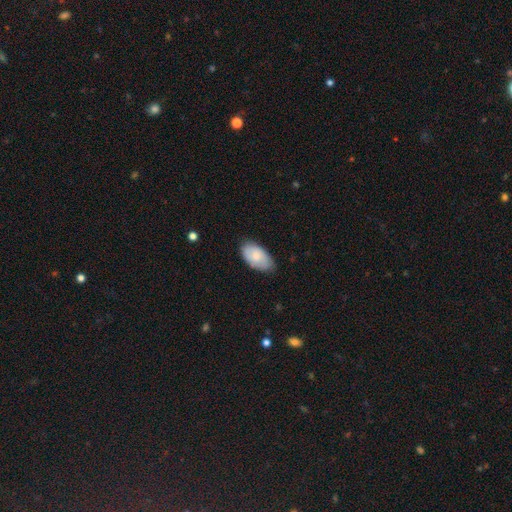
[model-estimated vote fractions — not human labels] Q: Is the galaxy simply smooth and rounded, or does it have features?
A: smooth — 78%.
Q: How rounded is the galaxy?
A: in between — 95%.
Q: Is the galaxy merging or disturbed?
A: none — 76%.